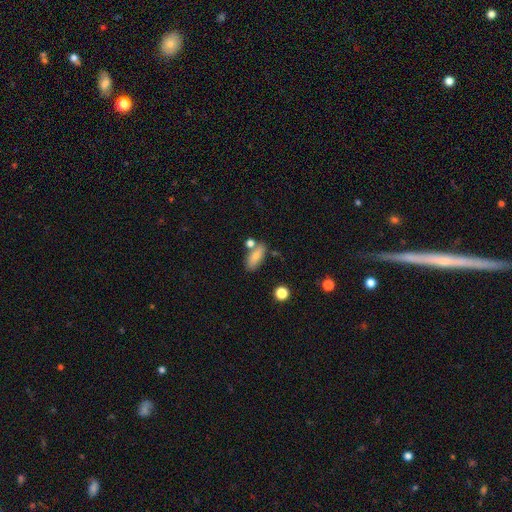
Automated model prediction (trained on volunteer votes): Smooth or featured? Predicted: smooth (p=0.76). How rounded? Predicted: in between (p=0.75). Merging? Predicted: none (p=0.67).